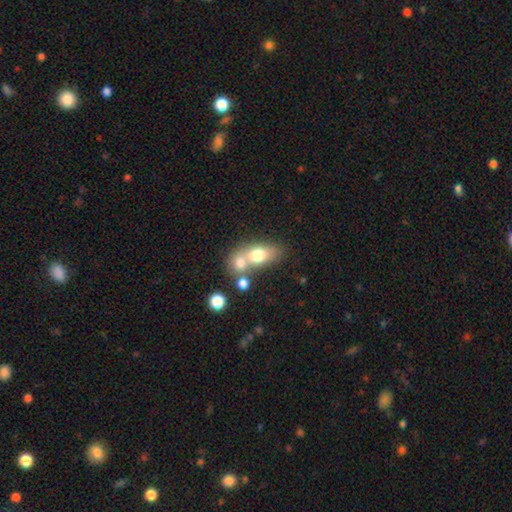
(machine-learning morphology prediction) smooth_or_featured: smooth (p=0.70) [alt: featured or disk p=0.20]
how_rounded: in between (p=0.72) [alt: round p=0.22]
merging: merger (p=0.52) [alt: none p=0.33]